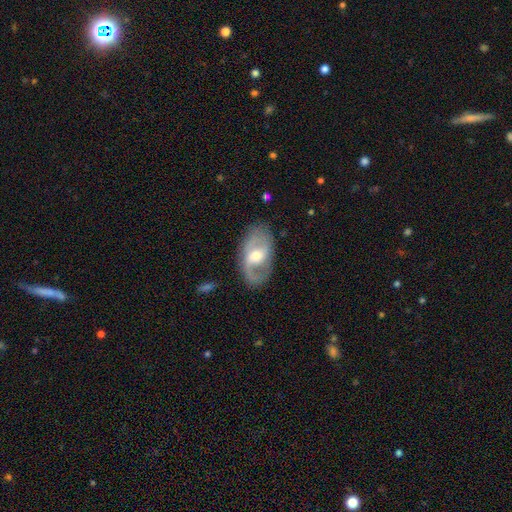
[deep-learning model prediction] This is likely a featured or disk galaxy (76%). It is clearly not viewed edge-on (95%). Bar: possibly weak (49%). Spiral arm pattern: clearly yes (87%). Spiral arm count: likely 2 (74%). Spiral winding: marginally medium (45%). Central bulge: likely moderate (66%). Merging: likely none (74%).